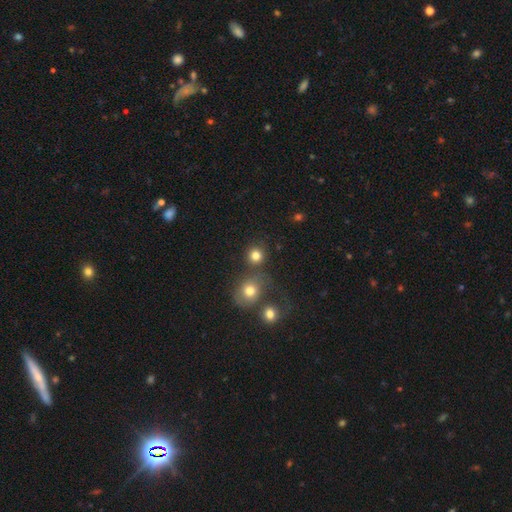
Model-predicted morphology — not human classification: type=smooth (81%); roundness=round (89%); merging=none (68%).